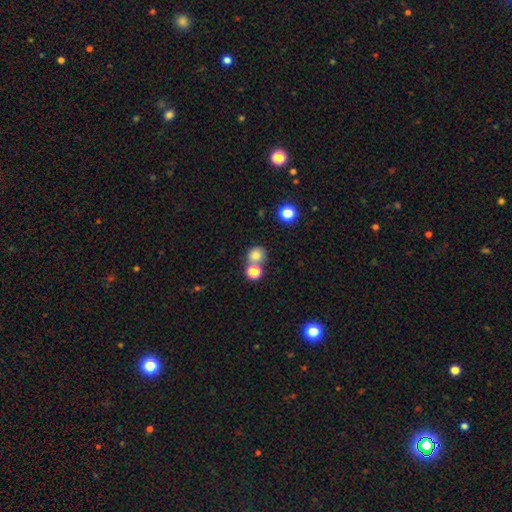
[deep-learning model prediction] The model was most divided on "merging": none: 57%, merger: 31%, minor disturbance: 8%, major disturbance: 3%. More confident: how rounded — round (84%); smooth or featured — smooth (79%).